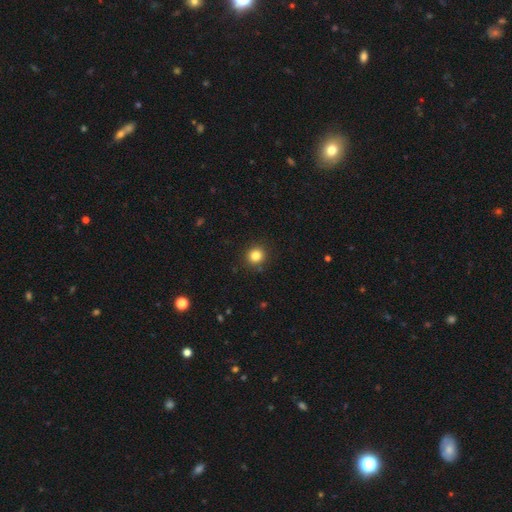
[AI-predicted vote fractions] The model was most divided on "smooth or featured": smooth: 83%, star or artifact: 12%, featured or disk: 5%. More confident: how rounded — round (91%); merging — none (90%).